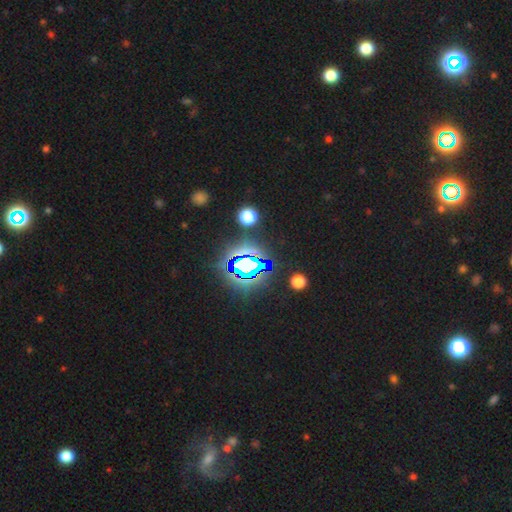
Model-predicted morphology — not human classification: Q: Smooth or featured?
A: star or artifact (81%); runner-up: smooth (12%)